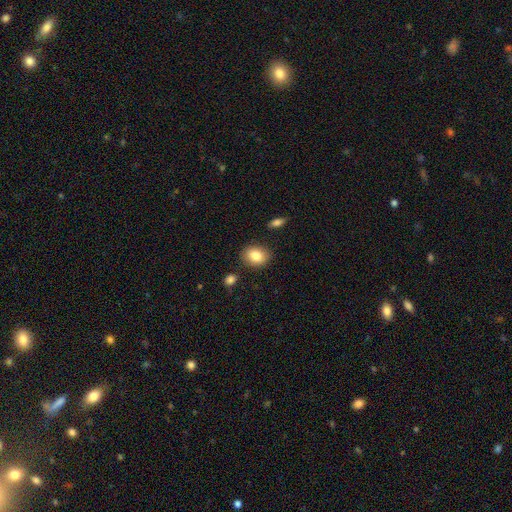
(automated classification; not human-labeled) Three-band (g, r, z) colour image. It shows a smooth galaxy with no disk features (84%) that is in between round and cigar-shaped (60%). Merging: none (84%).